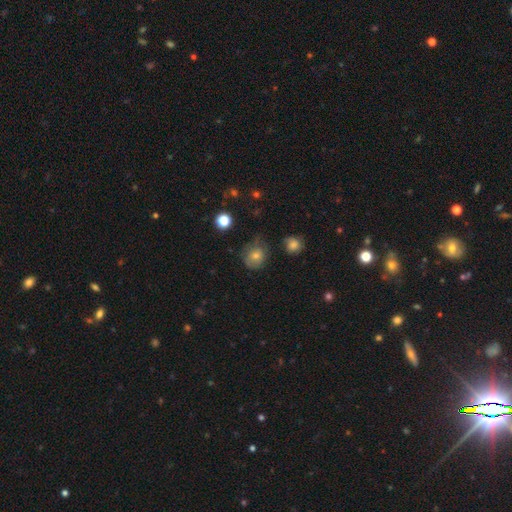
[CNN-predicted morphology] smooth-or-featured: smooth: 65% | featured or disk: 21% | star or artifact: 14%
  how-rounded: round: 72% | in between: 27% | cigar-shaped: 1%
  merging: none: 60% | minor disturbance: 27% | major disturbance: 10% | merger: 3%